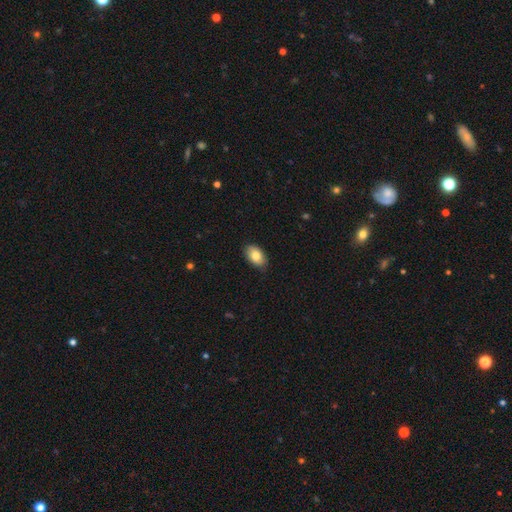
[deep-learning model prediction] Q: Smooth or featured?
A: smooth (83%); runner-up: featured or disk (10%)
Q: How rounded?
A: in between (91%); runner-up: round (7%)
Q: Merging?
A: none (85%); runner-up: minor disturbance (12%)